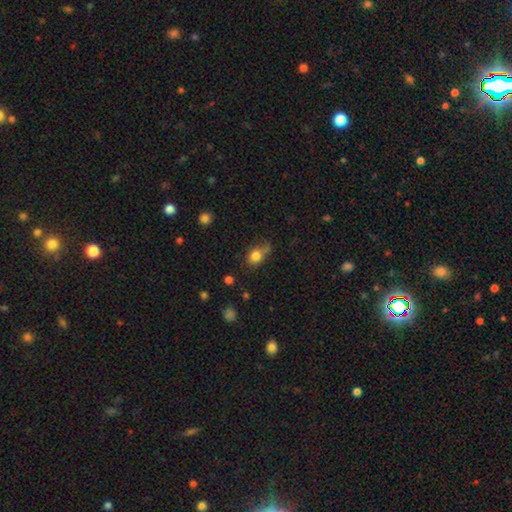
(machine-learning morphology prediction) type=smooth (82%); roundness=in between (54%); merging=none (52%).